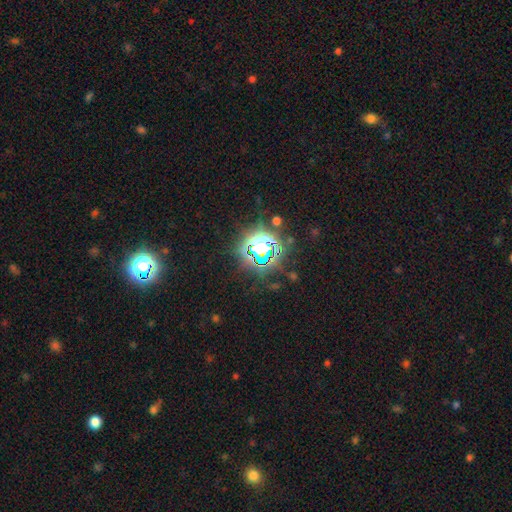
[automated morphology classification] A star or artifact, not a galaxy (77%).

Vote fractions:
- Smooth or featured? star or artifact: 77% / smooth: 14% / featured or disk: 9%